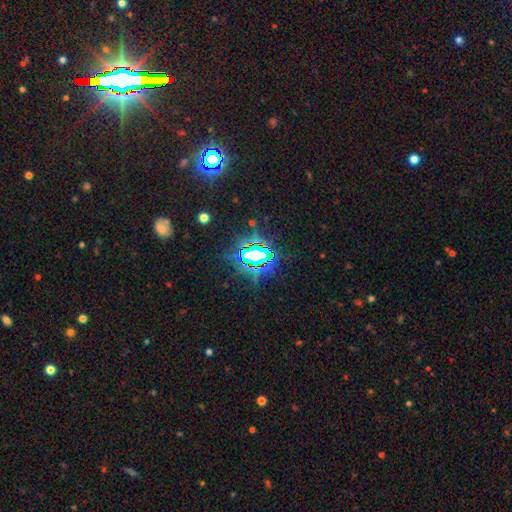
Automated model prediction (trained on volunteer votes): Morphology: type=star or artifact (76%).